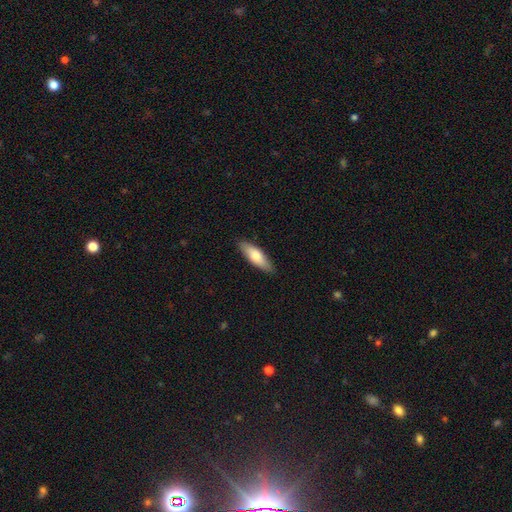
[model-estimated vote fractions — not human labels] Smooth or featured?
  - smooth: 73% *
  - featured or disk: 22%
  - star or artifact: 5%
How rounded?
  - cigar-shaped: 50% *
  - in between: 49%
  - round: 2%
Merging?
  - none: 88% *
  - minor disturbance: 9%
  - major disturbance: 2%
  - merger: 1%